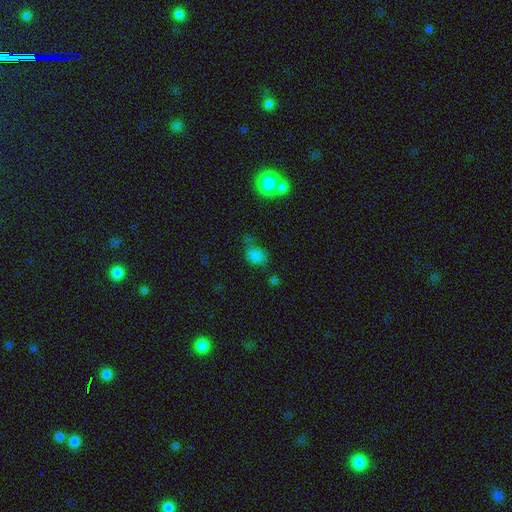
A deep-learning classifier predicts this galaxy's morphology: Smooth or featured: smooth — 77% (star or artifact — 17%)
How rounded: in between — 55% (round — 44%)
Merging: none — 58% (minor disturbance — 20%)